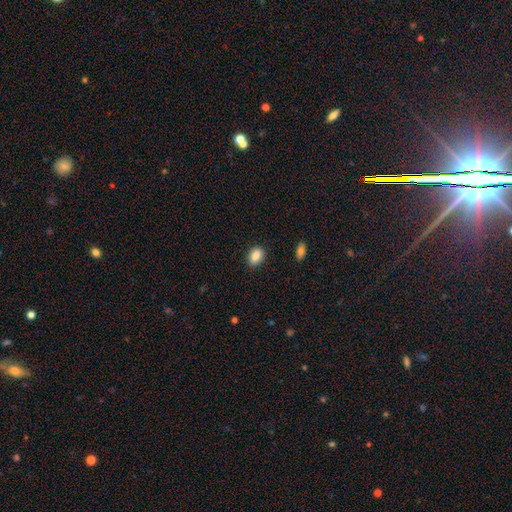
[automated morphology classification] Overall: smooth (87%). How rounded: in between (81%). Merging: none (87%).